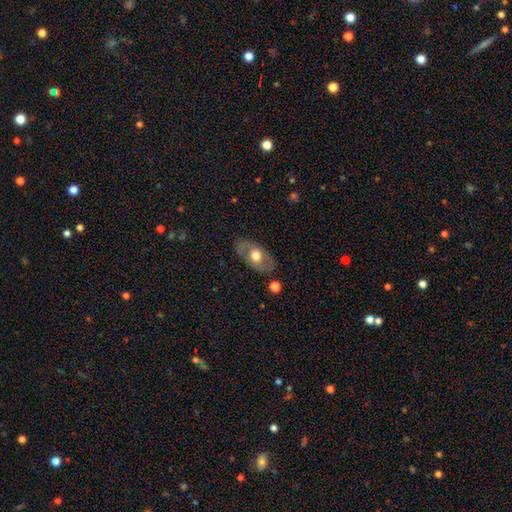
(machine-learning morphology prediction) This appears to be a featured or disk galaxy (49%). Merging: none (81%).